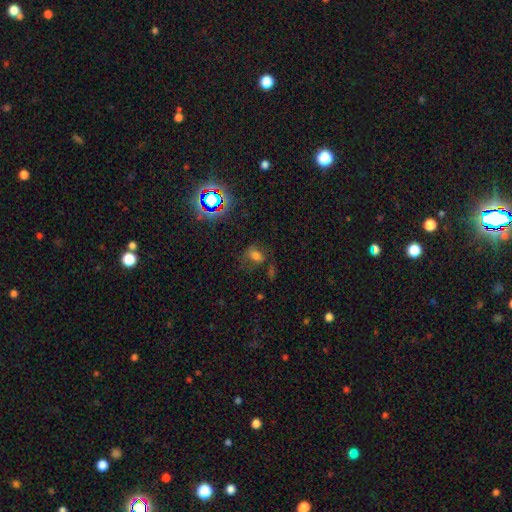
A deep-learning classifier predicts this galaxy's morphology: Smooth or featured? Predicted: smooth (p=0.52). How rounded? Predicted: in between (p=0.68). Merging? Predicted: none (p=0.52).